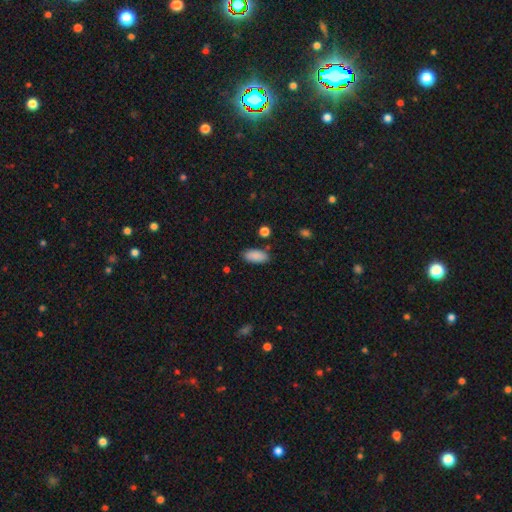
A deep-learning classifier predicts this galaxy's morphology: Smooth or featured: smooth — 88% (star or artifact — 7%)
How rounded: in between — 89% (cigar-shaped — 9%)
Merging: none — 84% (minor disturbance — 10%)